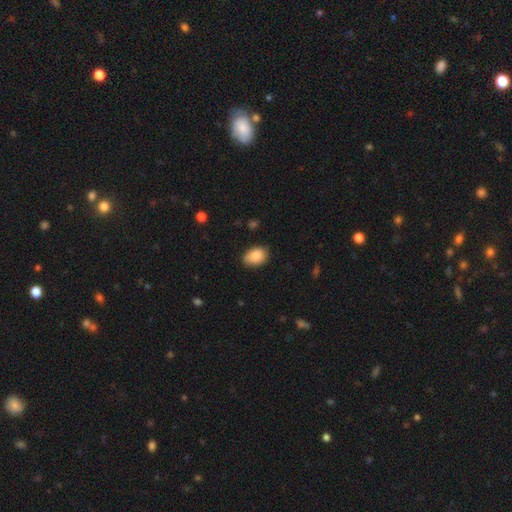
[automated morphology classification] smooth_or_featured: smooth (p=0.86) [alt: star or artifact p=0.08]
how_rounded: in between (p=0.82) [alt: round p=0.16]
merging: none (p=0.79) [alt: minor disturbance p=0.17]